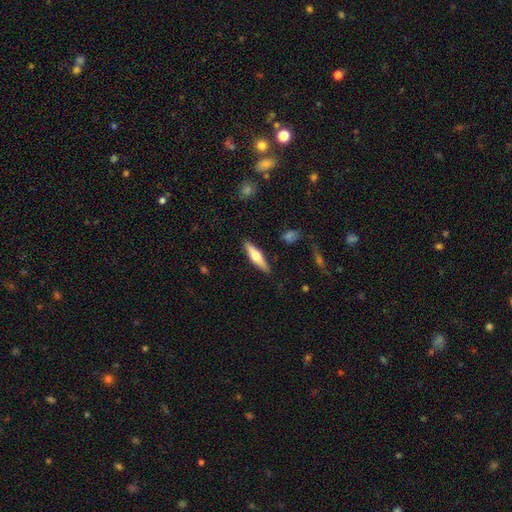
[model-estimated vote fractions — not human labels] Overall: smooth (50%; featured or disk 44%). How rounded: cigar-shaped (74%). Merging: none (88%).